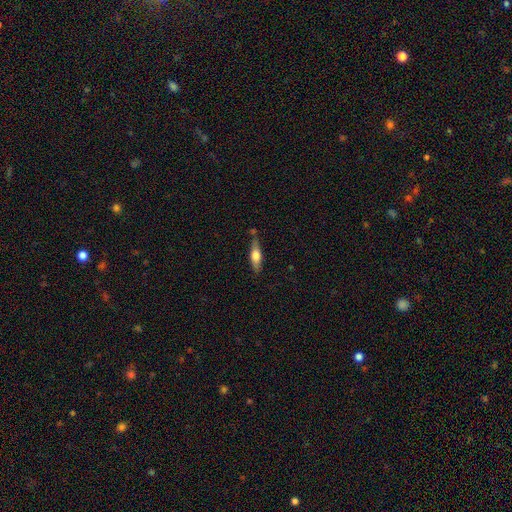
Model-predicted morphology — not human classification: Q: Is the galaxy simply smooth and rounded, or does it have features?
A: smooth — 53%.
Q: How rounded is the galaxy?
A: cigar-shaped — 57%.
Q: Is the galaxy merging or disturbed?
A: none — 73%.